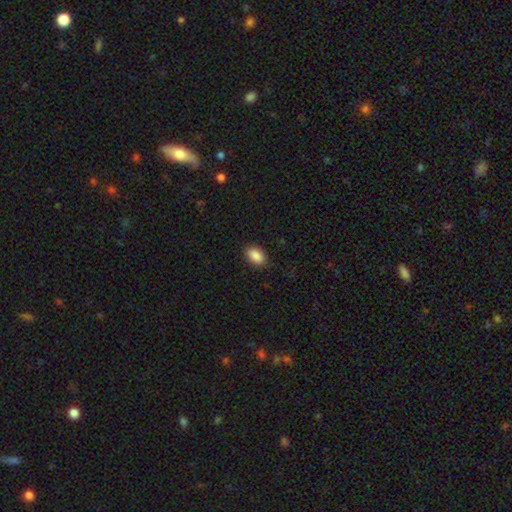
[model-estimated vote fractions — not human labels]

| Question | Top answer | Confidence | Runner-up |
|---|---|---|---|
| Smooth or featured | smooth | 89% | star or artifact (8%) |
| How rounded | in between | 91% | round (7%) |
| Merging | none | 87% | minor disturbance (9%) |